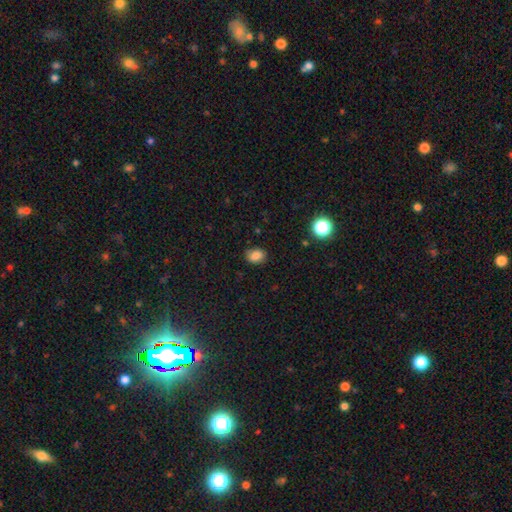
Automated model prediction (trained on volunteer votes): Smooth or featured?
  - smooth: 83% *
  - star or artifact: 11%
  - featured or disk: 6%
How rounded?
  - in between: 64% *
  - round: 35%
  - cigar-shaped: 1%
Merging?
  - none: 82% *
  - minor disturbance: 14%
  - major disturbance: 3%
  - merger: 1%